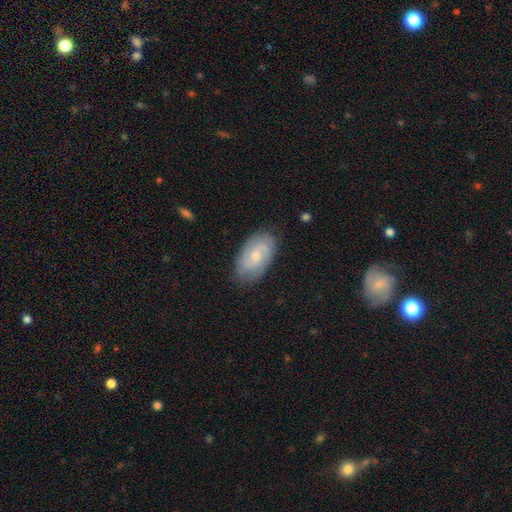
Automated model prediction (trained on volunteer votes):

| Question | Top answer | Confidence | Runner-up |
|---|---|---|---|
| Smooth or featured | featured or disk | 67% | smooth (27%) |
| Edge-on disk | no | 96% | yes (4%) |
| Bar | no | 56% | weak (39%) |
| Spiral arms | yes | 92% | no (8%) |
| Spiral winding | tight | 43% | medium (42%) |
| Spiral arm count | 2 | 73% | can't tell (15%) |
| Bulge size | small | 50% | moderate (44%) |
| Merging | none | 81% | minor disturbance (14%) |